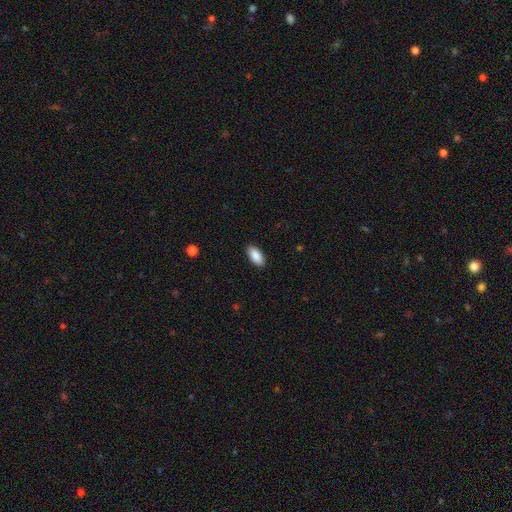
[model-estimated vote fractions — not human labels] The model was most divided on "smooth or featured": smooth: 89%, star or artifact: 6%, featured or disk: 5%. More confident: how rounded — in between (92%); merging — none (90%).